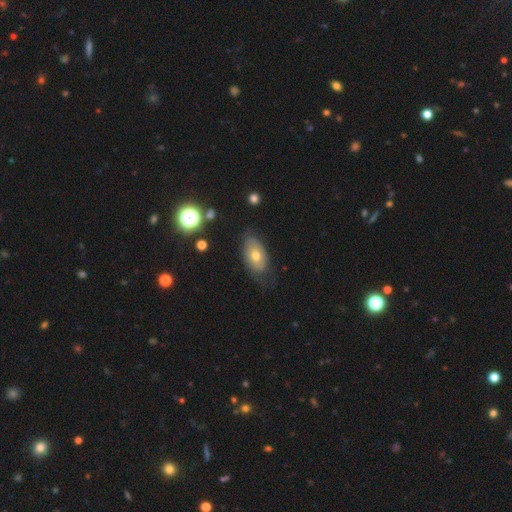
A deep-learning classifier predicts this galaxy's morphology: Smooth or featured?
  - smooth: 58% *
  - featured or disk: 33%
  - star or artifact: 9%
How rounded?
  - in between: 90% *
  - round: 8%
  - cigar-shaped: 2%
Merging?
  - none: 62% *
  - minor disturbance: 27%
  - major disturbance: 10%
  - merger: 2%